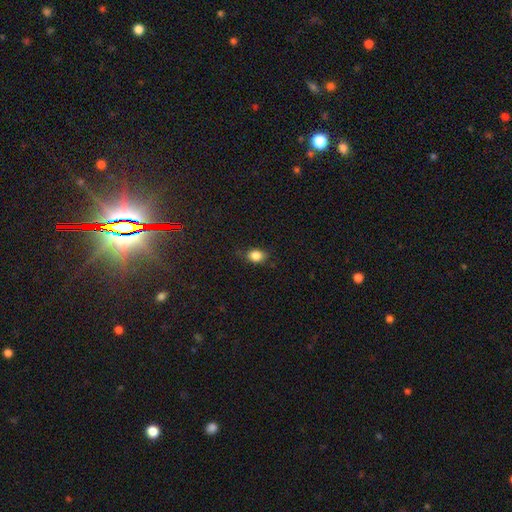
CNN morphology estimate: type=smooth (85%); roundness=in between (69%); merging=none (76%).